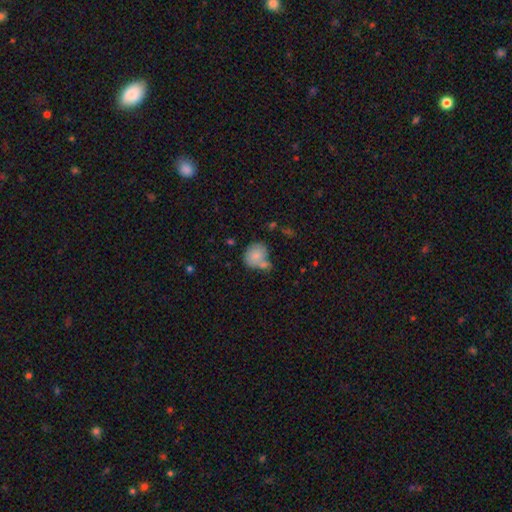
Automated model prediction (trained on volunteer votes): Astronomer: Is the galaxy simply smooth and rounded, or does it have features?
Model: smooth — 80%.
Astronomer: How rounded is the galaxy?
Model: round — 67%.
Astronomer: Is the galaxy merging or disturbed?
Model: none — 42% (runner-up: merger, 28%).